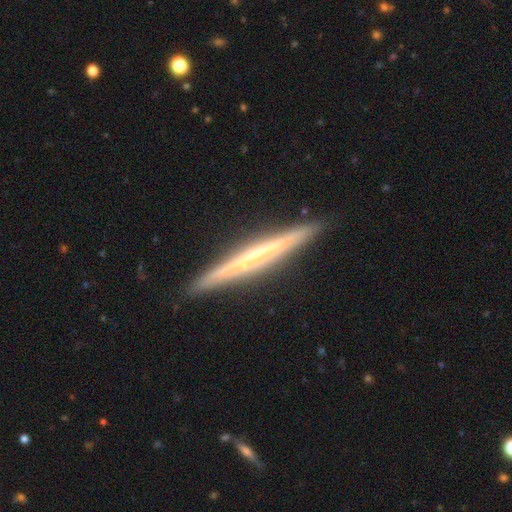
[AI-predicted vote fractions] A featured or disk galaxy (71%) viewed edge-on (97%) with no central bulge (72%).

Vote fractions:
- Smooth or featured? featured or disk: 71% / smooth: 23% / star or artifact: 6%
- Edge-on disk? yes: 97% / no: 3%
- Edge-on bulge? none: 72% / rounded: 20% / boxy: 7%
- Merging? none: 91% / minor disturbance: 6% / major disturbance: 1% / merger: 1%